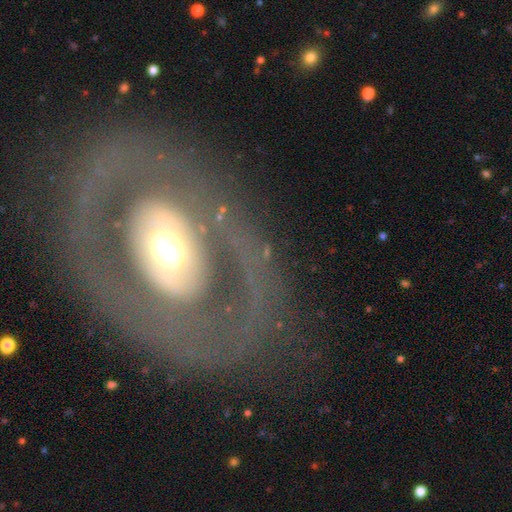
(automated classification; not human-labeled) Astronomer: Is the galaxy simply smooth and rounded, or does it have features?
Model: featured or disk — 70%.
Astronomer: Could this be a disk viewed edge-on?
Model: no — 92%.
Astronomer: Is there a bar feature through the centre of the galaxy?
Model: no — 69%.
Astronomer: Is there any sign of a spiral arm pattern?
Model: no — 70%.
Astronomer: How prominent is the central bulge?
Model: moderate — 55%.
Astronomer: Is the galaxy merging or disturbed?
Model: none — 77%.